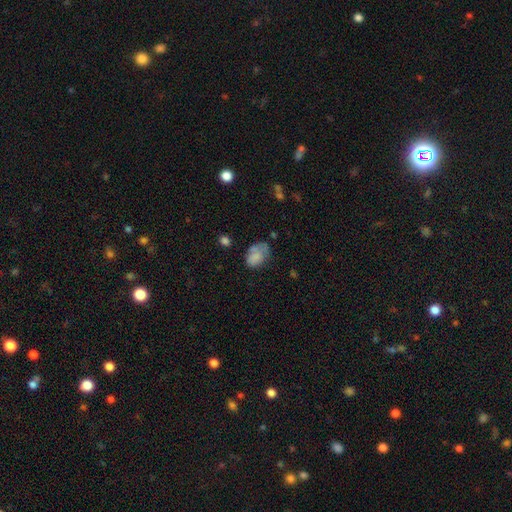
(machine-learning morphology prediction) Smooth or featured? smooth (72%)
How rounded? in between (81%)
Merging? none (42%)